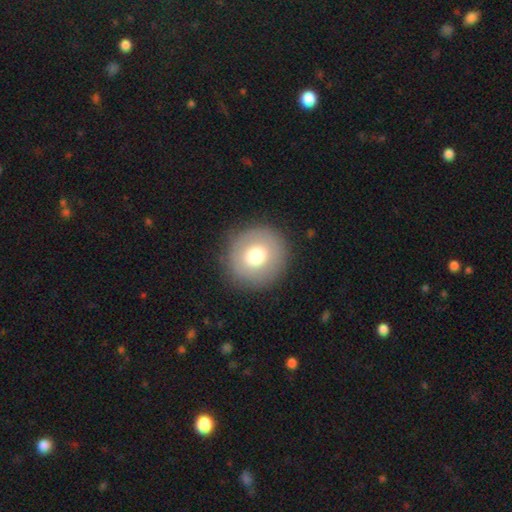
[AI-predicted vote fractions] This appears to be a smooth galaxy with no disk features (71%) that is round (94%). Merging: none (88%).